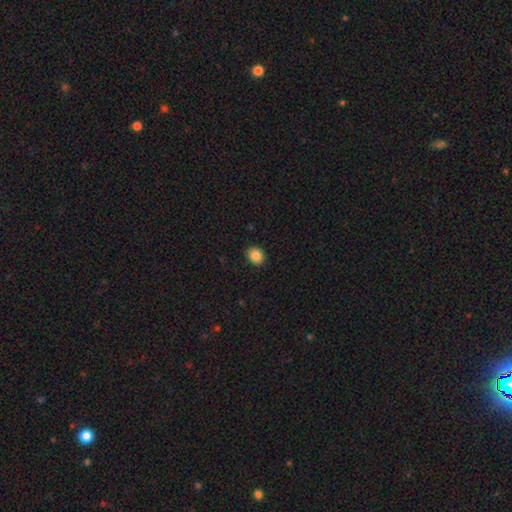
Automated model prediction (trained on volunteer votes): smooth-or-featured: smooth: 86% | star or artifact: 9% | featured or disk: 4%
  how-rounded: round: 69% | in between: 30% | cigar-shaped: 1%
  merging: none: 91% | minor disturbance: 6% | major disturbance: 2% | merger: 1%